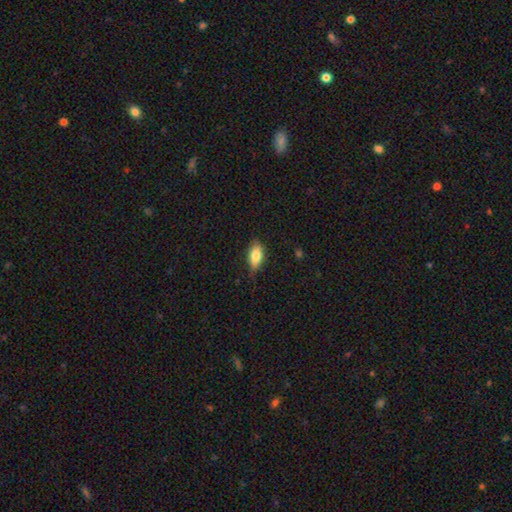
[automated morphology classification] Smooth or featured? Predicted: smooth (p=0.79). How rounded? Predicted: in between (p=0.87). Merging? Predicted: none (p=0.69).